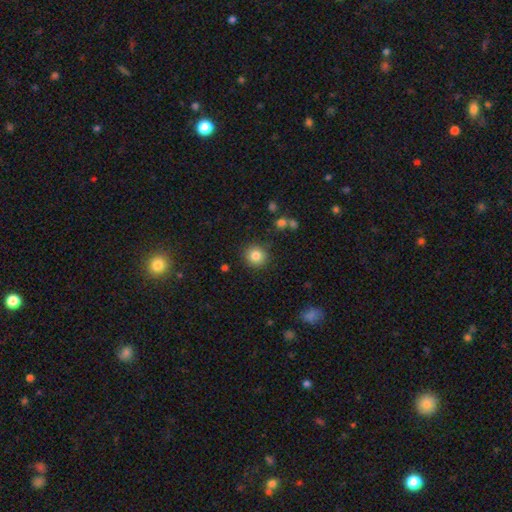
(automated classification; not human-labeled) Overall: smooth (83%). How rounded: round (92%). Merging: none (89%).